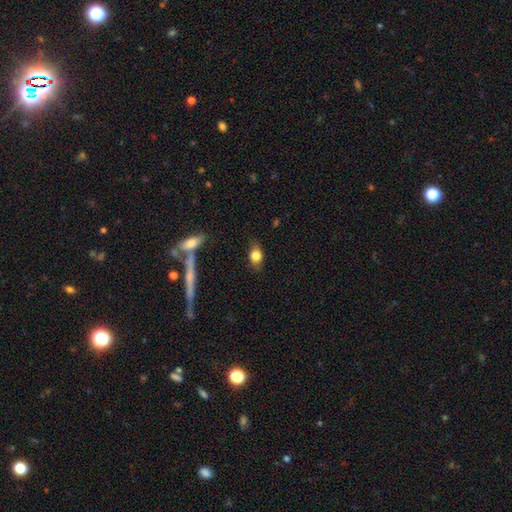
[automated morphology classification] A smooth galaxy with no disk features (77%) that is in between round and cigar-shaped (67%). Merging: none (74%).